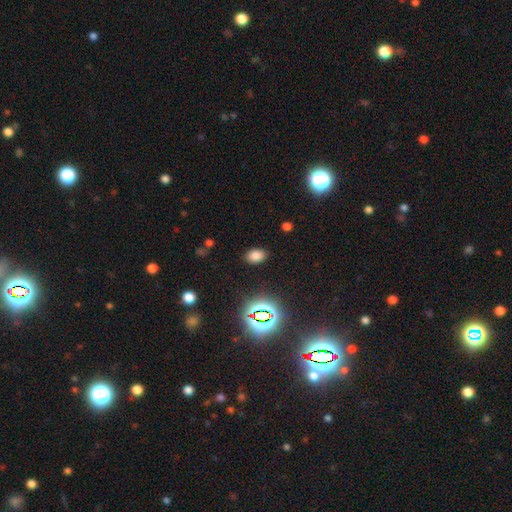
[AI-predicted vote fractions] Smooth or featured? smooth (74%)
How rounded? in between (85%)
Merging? none (87%)